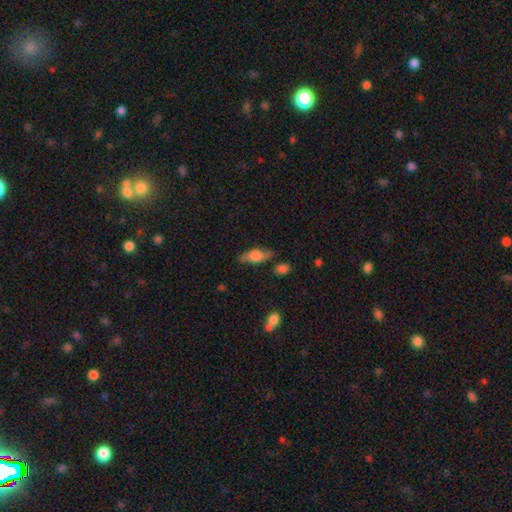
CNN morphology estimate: This appears to be a smooth galaxy with no disk features (56%) that is in between round and cigar-shaped (69%). Merging: none (72%).